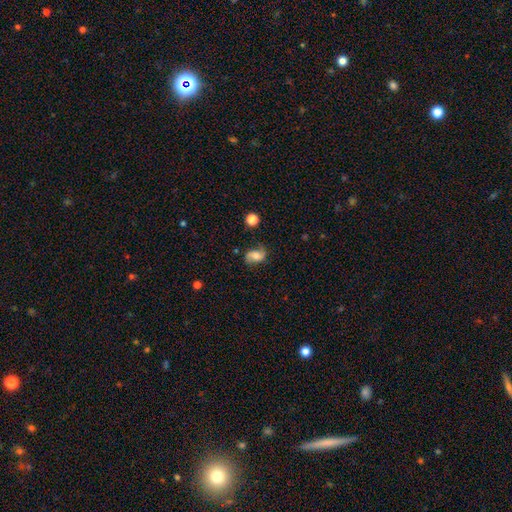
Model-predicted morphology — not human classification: type=featured or disk (62%); edge-on=no (97%); bar=no (54%); spiral arms=yes (93%); winding=loose (62%); arm count=2 (90%); bulge=moderate (44%); merging=none (74%).